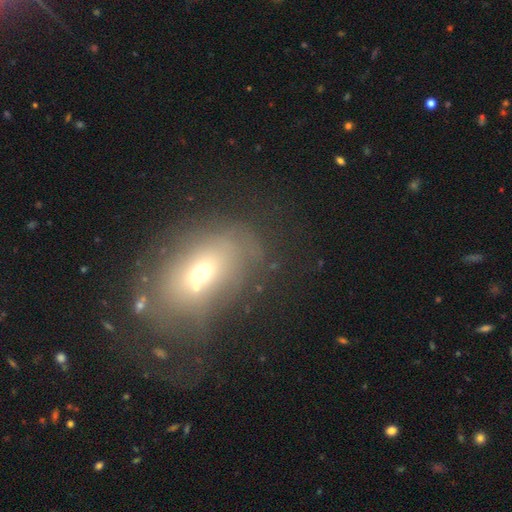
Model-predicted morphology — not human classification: Overall: smooth (52%; featured or disk 29%). How rounded: in between (72%). Merging: none (44%; major disturbance 22%).